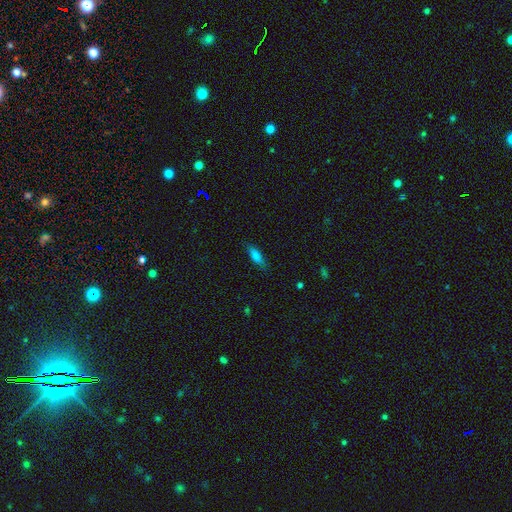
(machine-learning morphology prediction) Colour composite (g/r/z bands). It shows a smooth galaxy with no disk features (72%) that is cigar-shaped (51%). Merging: none (82%).